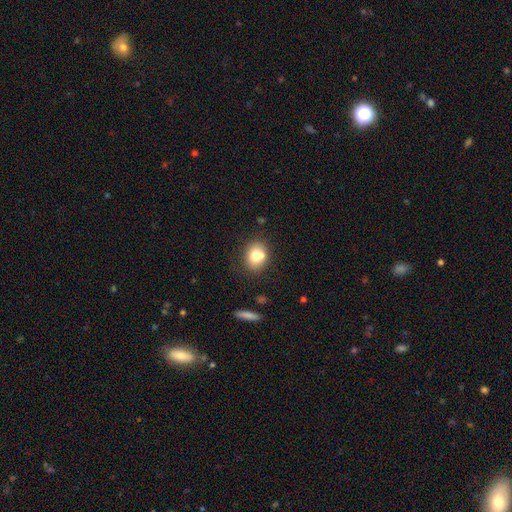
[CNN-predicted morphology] type=smooth (74%); roundness=round (54%); merging=none (57%).